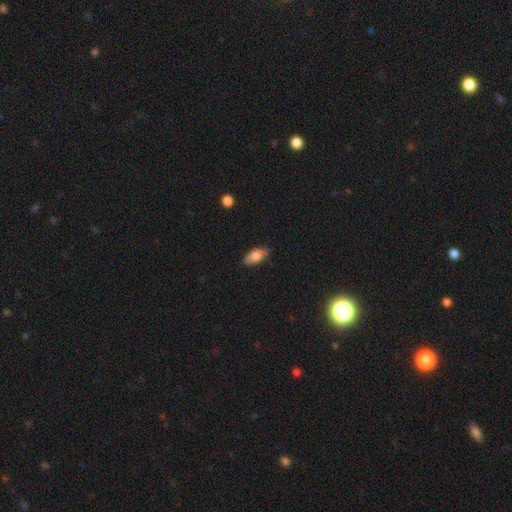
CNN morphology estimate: Smooth or featured: smooth — 78% (featured or disk — 15%)
How rounded: in between — 91% (cigar-shaped — 5%)
Merging: none — 78% (minor disturbance — 18%)